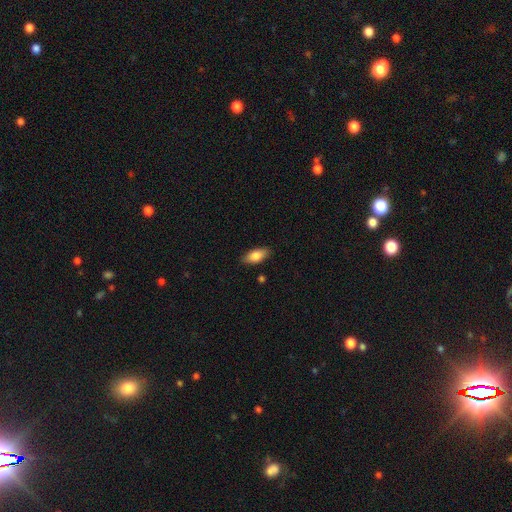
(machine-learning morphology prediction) The model was most divided on "smooth or featured": smooth: 83%, featured or disk: 10%, star or artifact: 6%. More confident: how rounded — in between (88%); merging — none (86%).